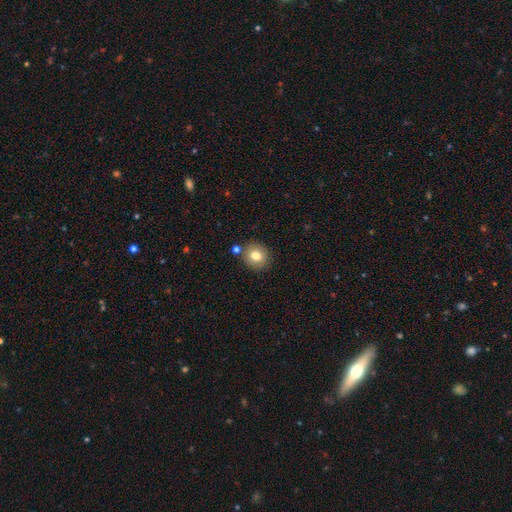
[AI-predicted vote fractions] Smooth or featured? Predicted: smooth (p=0.80). How rounded? Predicted: round (p=0.84). Merging? Predicted: none (p=0.83).